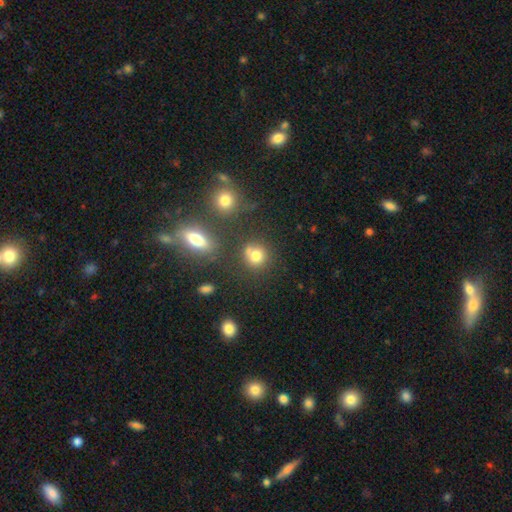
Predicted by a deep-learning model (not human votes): This appears to be a smooth galaxy with no disk features (75%) that is round (85%). Merging: none (64%).